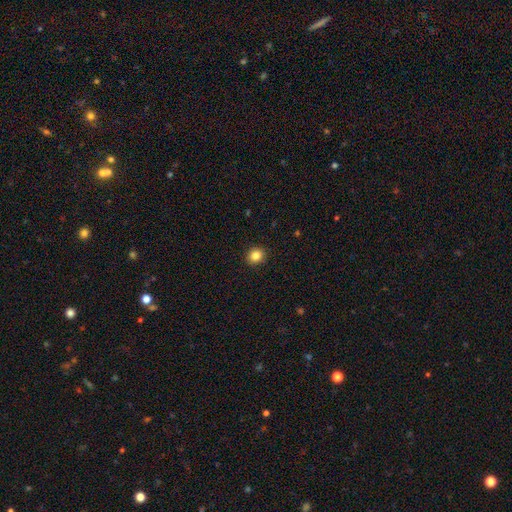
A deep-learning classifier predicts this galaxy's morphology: Overall: smooth (85%). How rounded: round (76%). Merging: none (92%).